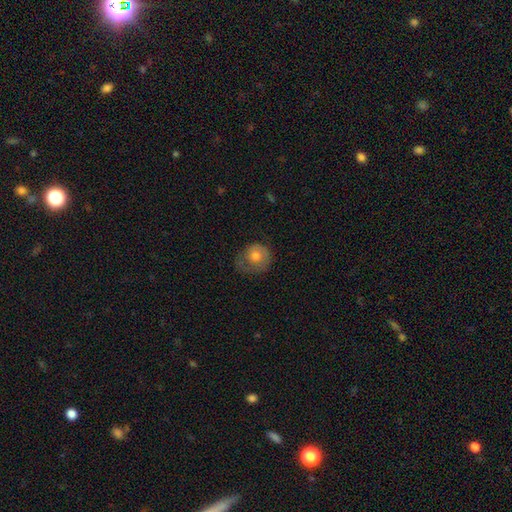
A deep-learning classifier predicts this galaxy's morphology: Q: Smooth or featured?
A: smooth (62%); runner-up: featured or disk (30%)
Q: How rounded?
A: round (82%); runner-up: in between (17%)
Q: Merging?
A: none (49%); runner-up: minor disturbance (28%)